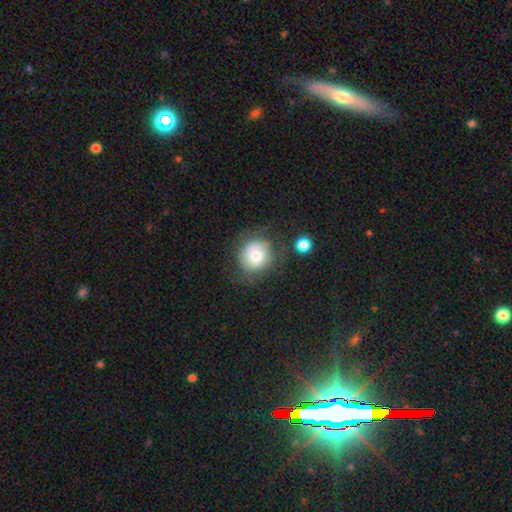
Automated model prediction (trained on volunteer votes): A smooth galaxy with no disk features (72%) that is round (86%).

Vote fractions:
- Smooth or featured? smooth: 72% / featured or disk: 19% / star or artifact: 10%
- How rounded? round: 86% / in between: 13% / cigar-shaped: 1%
- Merging? none: 67% / minor disturbance: 19% / major disturbance: 9% / merger: 5%